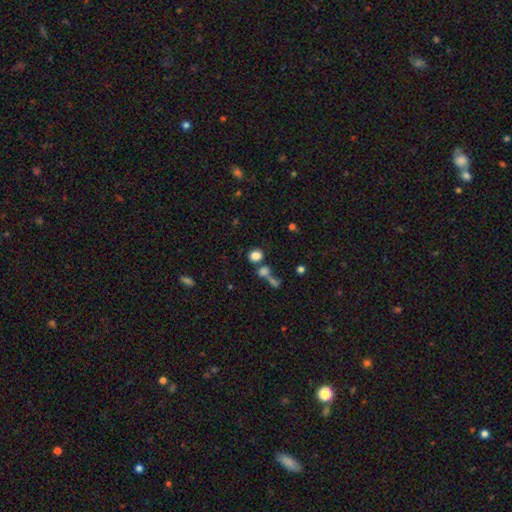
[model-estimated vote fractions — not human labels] A smooth galaxy with no disk features (82%) that is round (67%). Merging: none (63%).